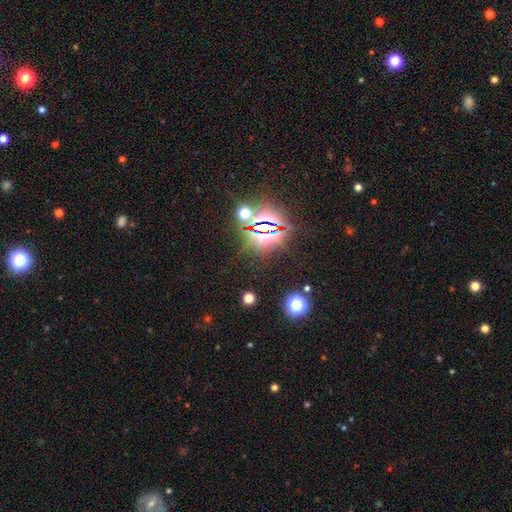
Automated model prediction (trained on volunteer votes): star or artifact 81%, smooth 12%, featured or disk 7%.